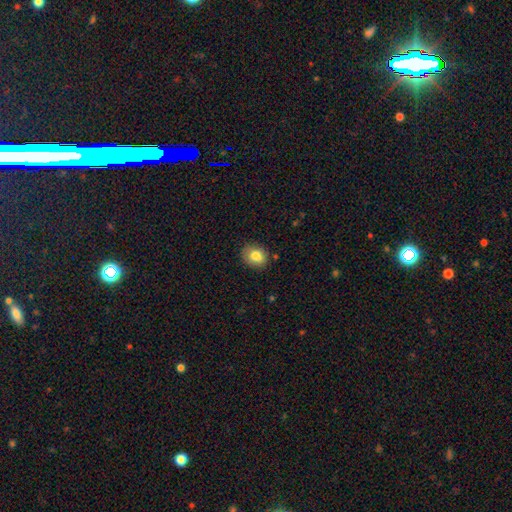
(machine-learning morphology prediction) This appears to be a smooth galaxy with no disk features (82%) that is in between round and cigar-shaped (51%). Merging: none (81%).